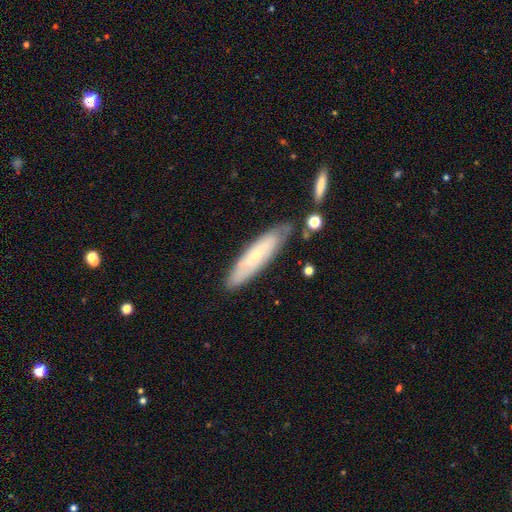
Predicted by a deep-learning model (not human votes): Smooth or featured? Predicted: featured or disk (p=0.49). Merging? Predicted: none (p=0.74).